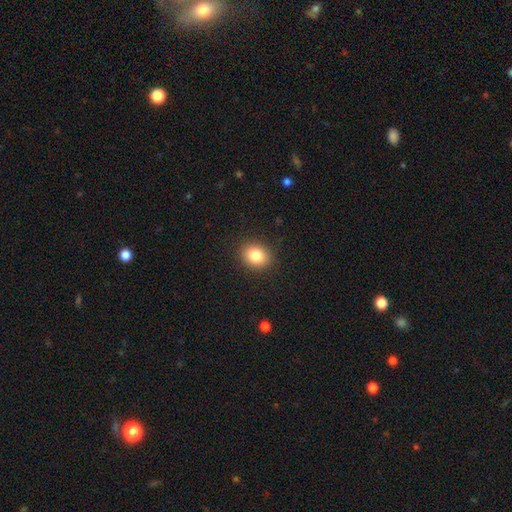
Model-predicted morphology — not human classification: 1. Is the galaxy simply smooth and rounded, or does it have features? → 83% smooth, 10% star or artifact, 7% featured or disk.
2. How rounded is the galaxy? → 59% round, 40% in between, 1% cigar-shaped.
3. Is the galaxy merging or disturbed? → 89% none, 7% minor disturbance, 2% major disturbance, 1% merger.